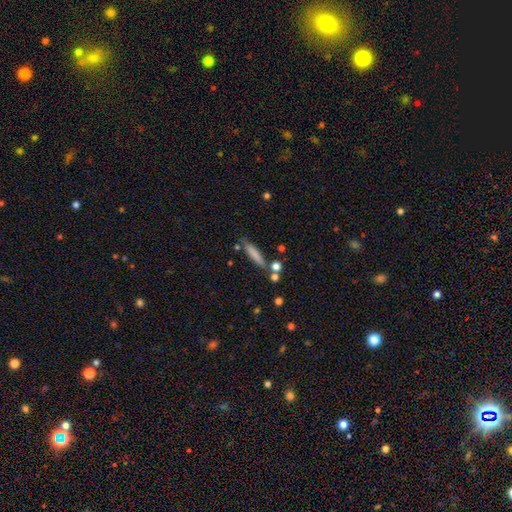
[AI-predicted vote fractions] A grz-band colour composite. It shows a smooth galaxy with no disk features (73%) that is cigar-shaped (87%). Merging: none (75%).